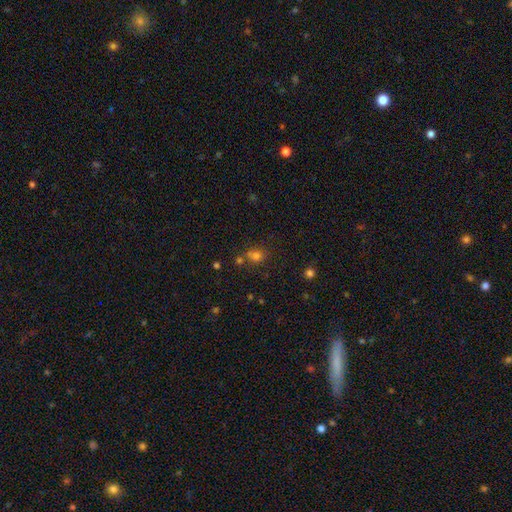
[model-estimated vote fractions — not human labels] smooth 71%, star or artifact 20%, featured or disk 9%. Down the decision tree: how rounded — round (78%); merging — none (59%).